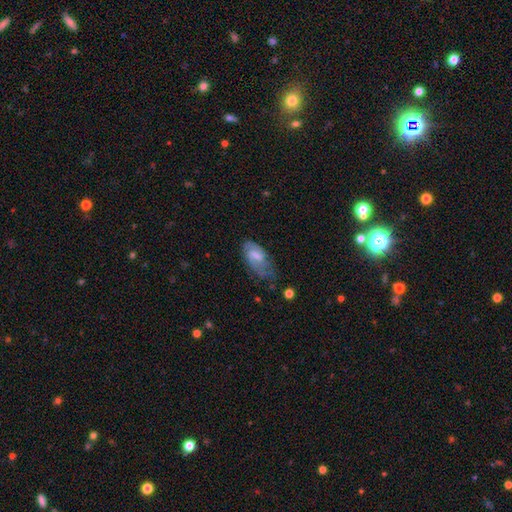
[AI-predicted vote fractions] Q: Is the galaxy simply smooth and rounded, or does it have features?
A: featured or disk — 64%.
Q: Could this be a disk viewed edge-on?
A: no — 95%.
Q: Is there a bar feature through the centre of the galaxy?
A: weak — 57%.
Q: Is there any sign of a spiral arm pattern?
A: yes — 87%.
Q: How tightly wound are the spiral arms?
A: medium — 46%.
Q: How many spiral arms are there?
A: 2 — 63%.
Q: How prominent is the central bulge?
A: small — 34%.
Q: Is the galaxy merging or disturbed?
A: none — 49%.